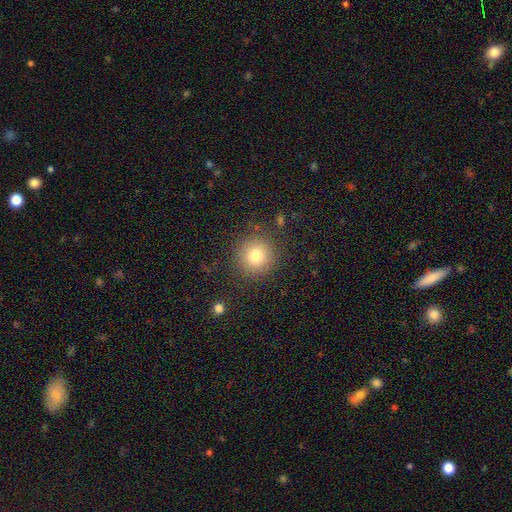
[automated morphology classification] type=smooth (79%); roundness=round (93%); merging=none (87%).